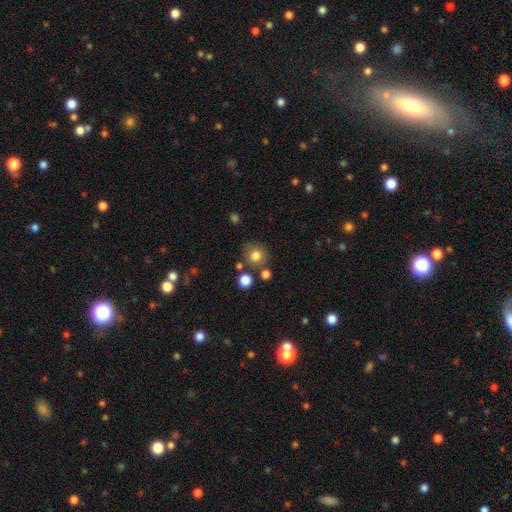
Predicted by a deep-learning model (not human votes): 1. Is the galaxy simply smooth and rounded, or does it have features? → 79% smooth, 12% star or artifact, 9% featured or disk.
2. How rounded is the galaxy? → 85% round, 14% in between, 1% cigar-shaped.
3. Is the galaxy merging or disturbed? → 73% none, 12% minor disturbance, 11% merger, 4% major disturbance.